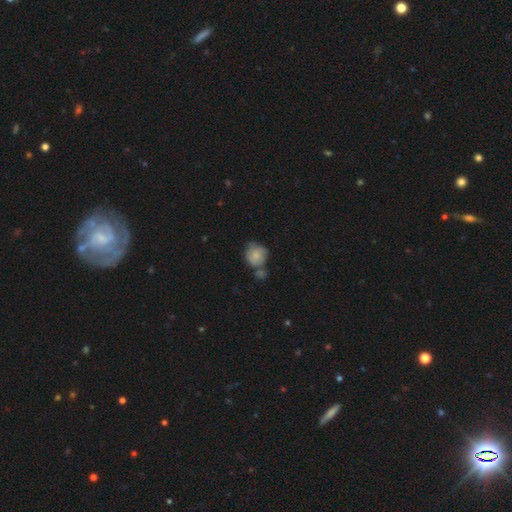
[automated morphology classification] Overall: smooth (75%). How rounded: round (74%). Merging: none (43%; merger 26%).